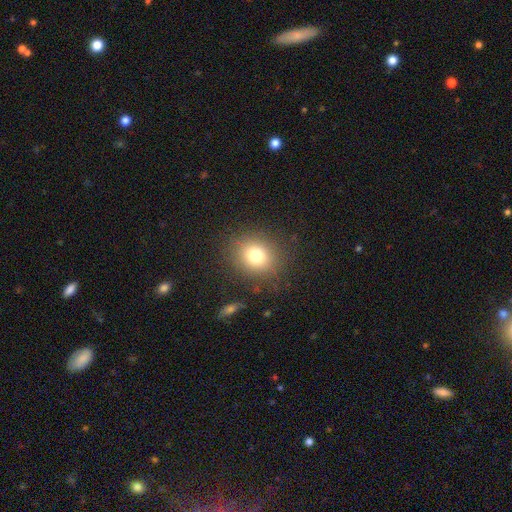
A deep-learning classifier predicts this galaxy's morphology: Smooth or featured: smooth — 76% (star or artifact — 14%)
How rounded: round — 74% (in between — 25%)
Merging: none — 85% (minor disturbance — 9%)